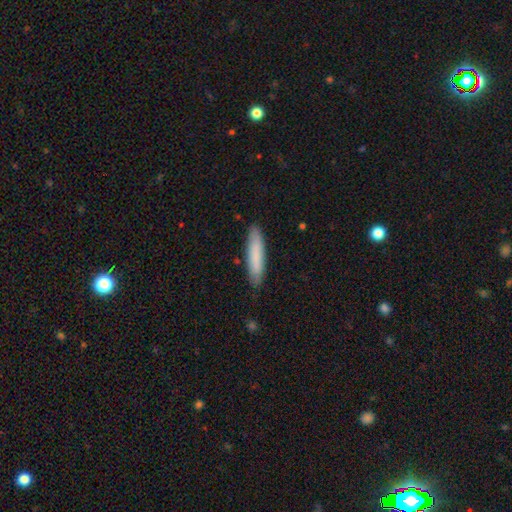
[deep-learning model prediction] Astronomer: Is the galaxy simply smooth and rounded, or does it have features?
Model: smooth — 82%.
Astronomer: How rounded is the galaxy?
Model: cigar-shaped — 82%.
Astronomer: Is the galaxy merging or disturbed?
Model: none — 86%.